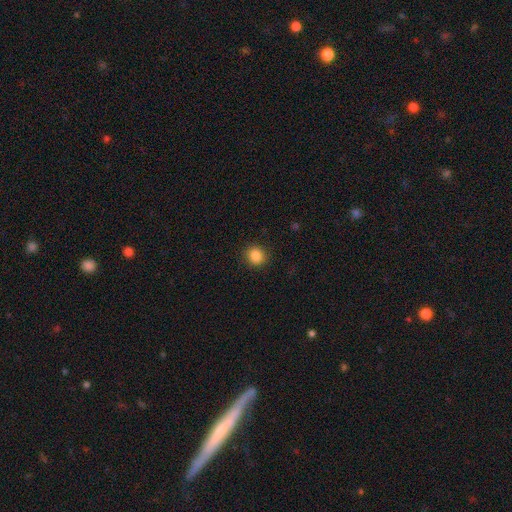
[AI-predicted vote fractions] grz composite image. It shows a smooth galaxy with no disk features (86%) that is round (78%). Merging: none (89%).